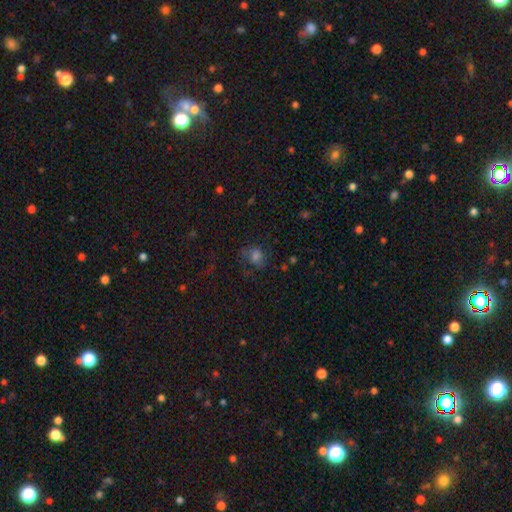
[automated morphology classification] Smooth or featured? smooth (53%)
How rounded? round (59%)
Merging? none (54%)